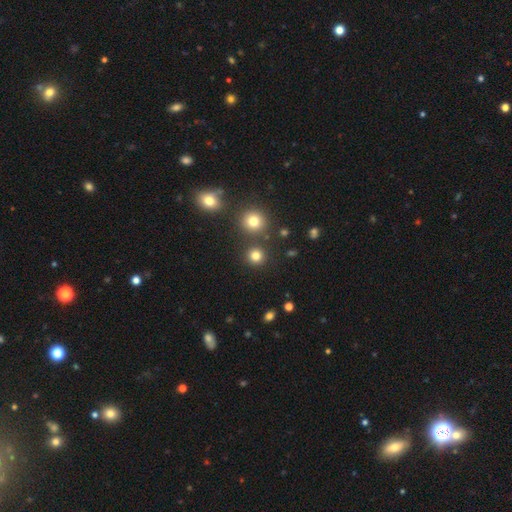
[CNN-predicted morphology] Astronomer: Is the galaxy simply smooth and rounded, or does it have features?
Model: smooth — 80%.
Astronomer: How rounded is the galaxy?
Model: round — 93%.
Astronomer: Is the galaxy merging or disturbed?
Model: none — 87%.